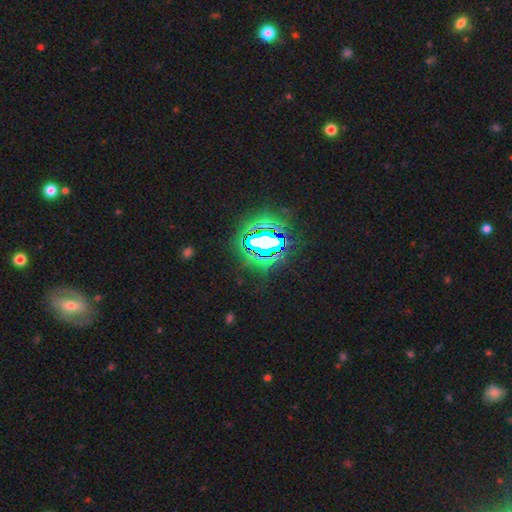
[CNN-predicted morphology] This is clearly a star or artifact rather than a galaxy (82%).